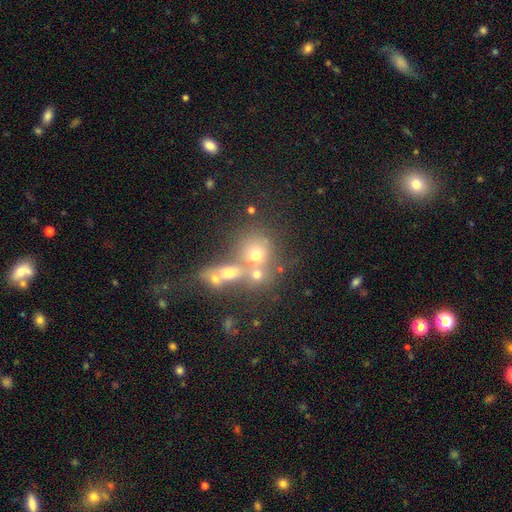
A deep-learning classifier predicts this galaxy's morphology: Smooth or featured? Predicted: smooth (p=0.59). How rounded? Predicted: round (p=0.74). Merging? Predicted: merger (p=0.49).